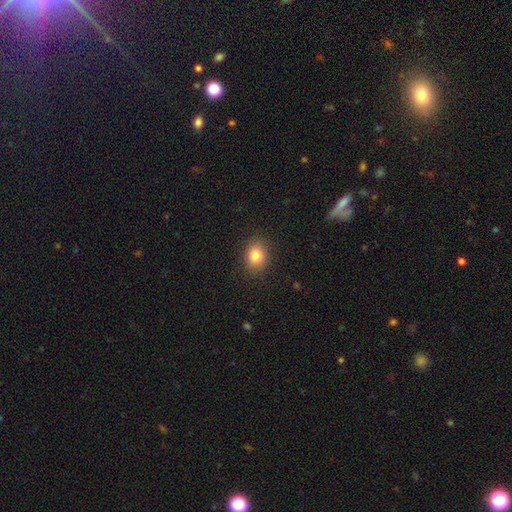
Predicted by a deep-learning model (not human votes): A smooth galaxy with no disk features (82%) that is round (52%). Merging: none (88%).